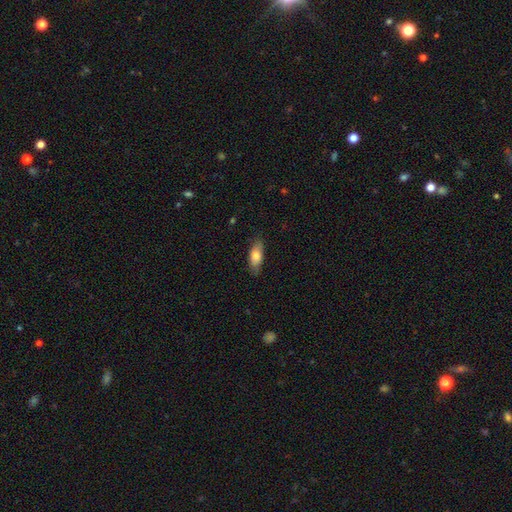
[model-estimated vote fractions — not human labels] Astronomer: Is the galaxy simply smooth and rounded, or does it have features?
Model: smooth — 77%.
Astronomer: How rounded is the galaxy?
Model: in between — 78%.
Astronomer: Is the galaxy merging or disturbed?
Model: none — 78%.